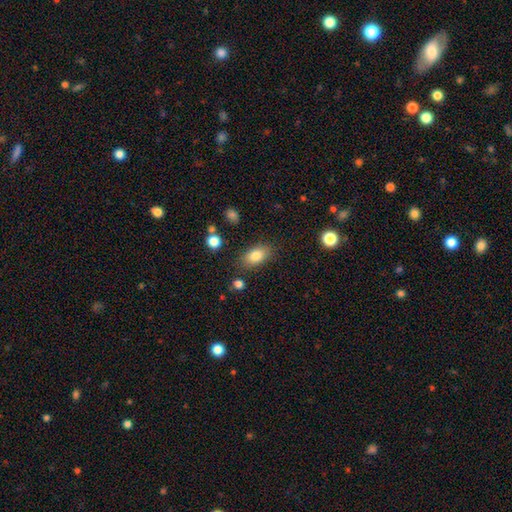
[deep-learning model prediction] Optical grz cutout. It shows a smooth galaxy with no disk features (83%) that is in between round and cigar-shaped (88%). Merging: none (82%).